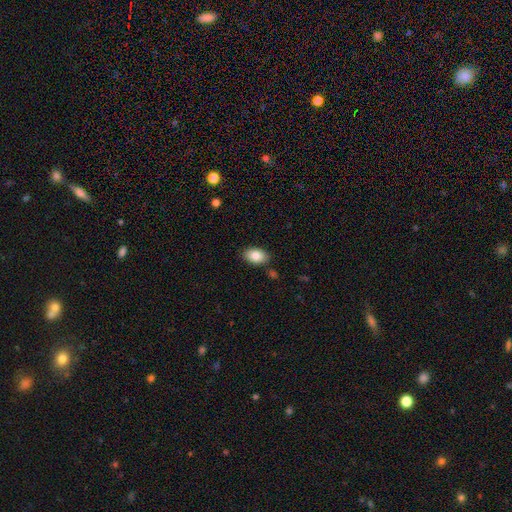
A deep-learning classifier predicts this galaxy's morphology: Smooth or featured? smooth (86%)
How rounded? in between (91%)
Merging? none (86%)